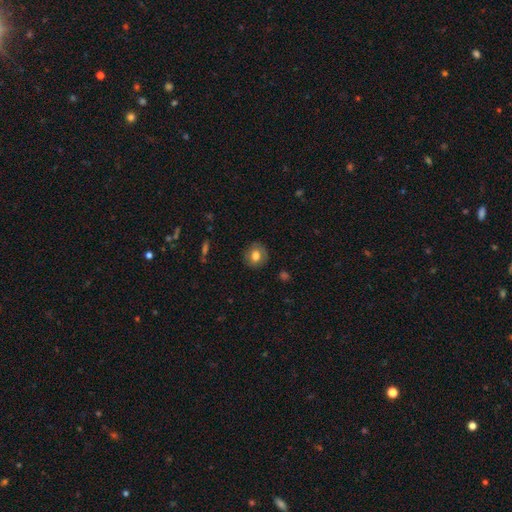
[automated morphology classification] The model was most divided on "how rounded": round: 78%, in between: 21%, cigar-shaped: 1%. More confident: merging — none (85%); smooth or featured — smooth (75%).